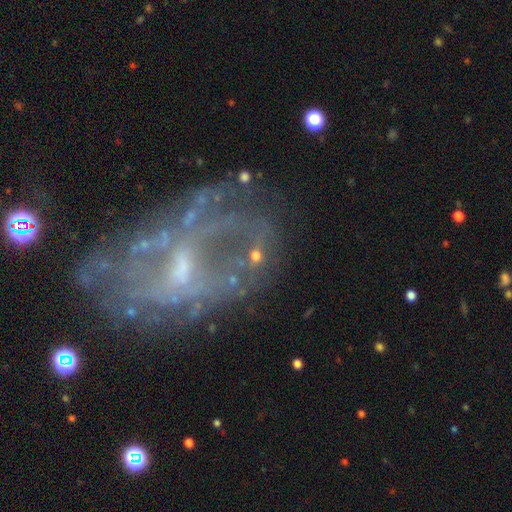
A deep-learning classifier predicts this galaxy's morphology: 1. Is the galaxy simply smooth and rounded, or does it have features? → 37% featured or disk, 36% star or artifact, 27% smooth.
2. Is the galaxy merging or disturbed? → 55% none, 17% minor disturbance, 14% major disturbance, 14% merger.